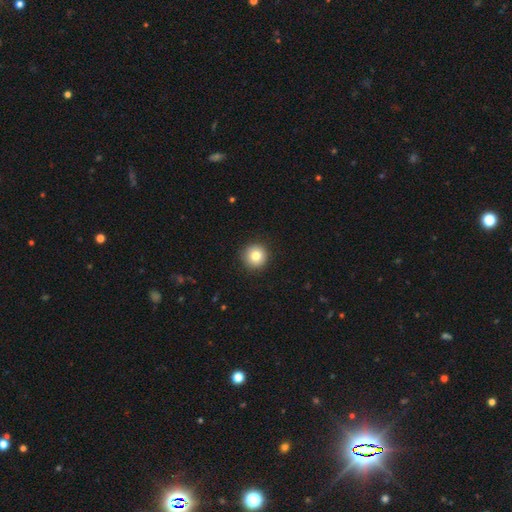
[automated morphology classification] Smooth or featured: smooth — 81% (star or artifact — 10%)
How rounded: round — 96% (in between — 3%)
Merging: none — 91% (minor disturbance — 6%)